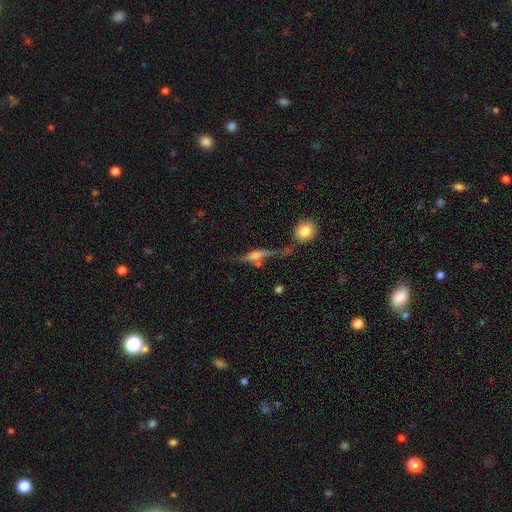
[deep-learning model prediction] Smooth or featured: featured or disk — 68% (smooth — 22%)
Edge-on disk: yes — 91% (no — 9%)
Edge-on bulge: rounded — 74% (boxy — 19%)
Merging: none — 61% (minor disturbance — 17%)